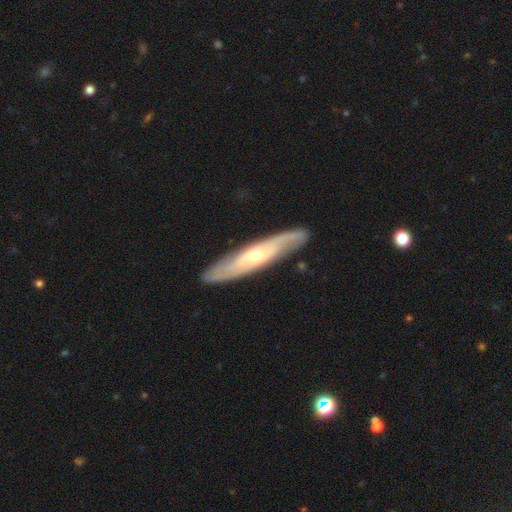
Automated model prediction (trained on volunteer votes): smooth-or-featured: featured or disk: 71% | smooth: 24% | star or artifact: 5%
  disk-edge-on: yes: 51% | no: 49%
  merging: none: 86% | minor disturbance: 11% | major disturbance: 2% | merger: 1%